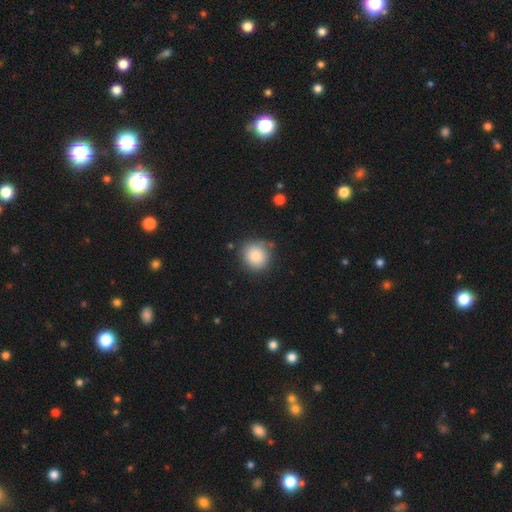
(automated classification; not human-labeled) Q: Smooth or featured?
A: smooth (84%); runner-up: star or artifact (9%)
Q: How rounded?
A: round (89%); runner-up: in between (11%)
Q: Merging?
A: none (79%); runner-up: minor disturbance (14%)